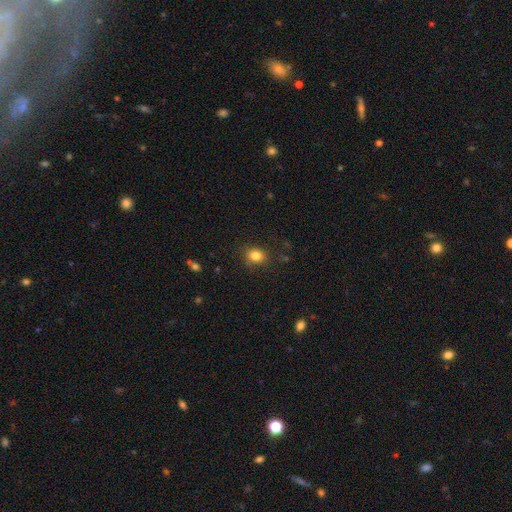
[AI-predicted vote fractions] Smooth or featured? Predicted: smooth (p=0.83). How rounded? Predicted: round (p=0.54). Merging? Predicted: none (p=0.82).